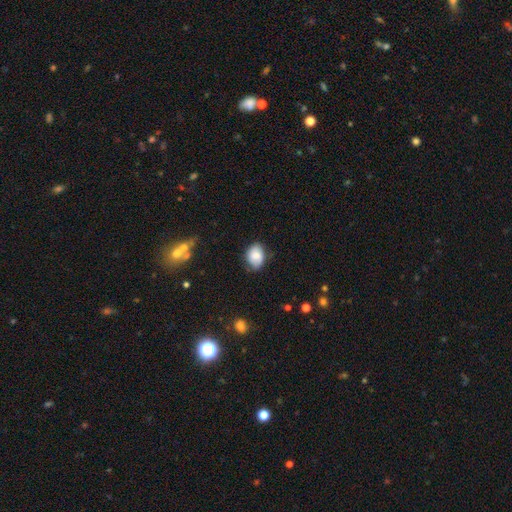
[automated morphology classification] Overall: smooth (76%). How rounded: in between (69%; round 30%). Merging: none (70%).